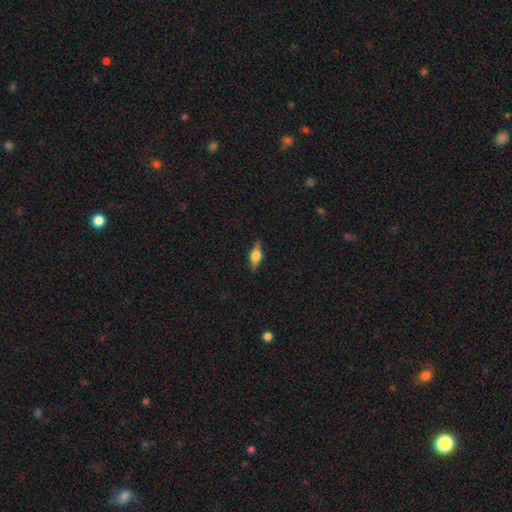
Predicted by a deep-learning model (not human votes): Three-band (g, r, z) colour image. It shows a featured or disk galaxy (48%). Merging: none (85%).